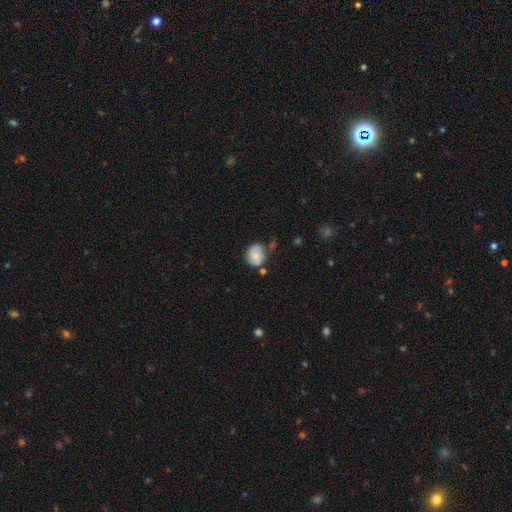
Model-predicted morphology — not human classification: Smooth or featured: smooth — 49% (featured or disk — 43%)
Merging: none — 51% (minor disturbance — 30%)